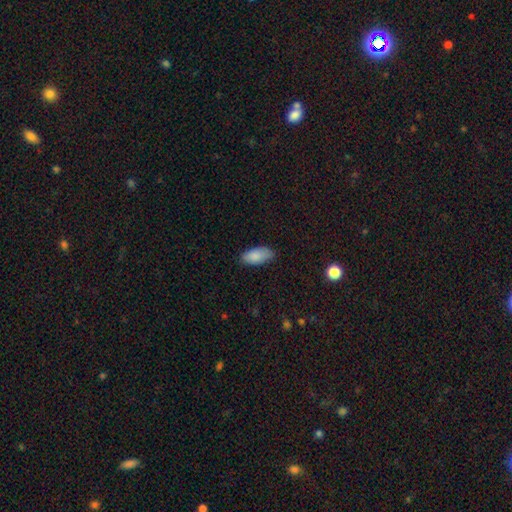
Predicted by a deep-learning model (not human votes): Q: Smooth or featured?
A: smooth (87%); runner-up: featured or disk (7%)
Q: How rounded?
A: in between (91%); runner-up: cigar-shaped (7%)
Q: Merging?
A: none (79%); runner-up: minor disturbance (17%)